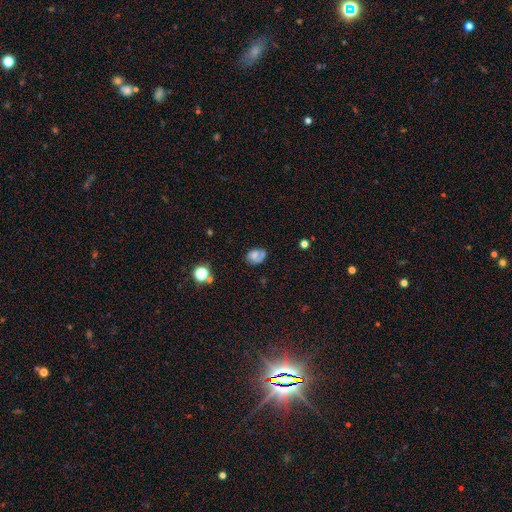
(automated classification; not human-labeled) Smooth or featured?
  - smooth: 53% *
  - featured or disk: 34%
  - star or artifact: 13%
How rounded?
  - in between: 58% *
  - round: 41%
  - cigar-shaped: 1%
Merging?
  - none: 50% *
  - minor disturbance: 25%
  - major disturbance: 17%
  - merger: 9%